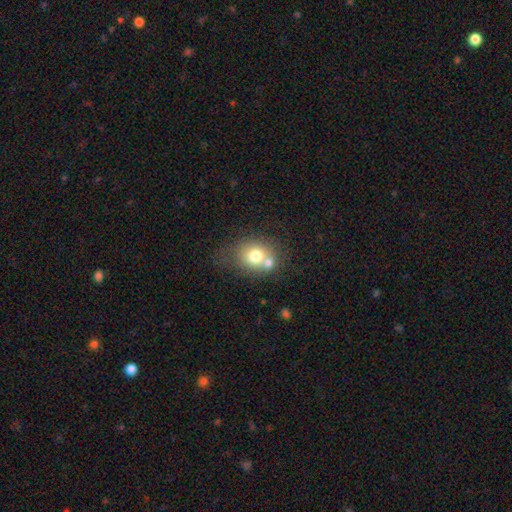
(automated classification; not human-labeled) smooth-or-featured: smooth: 72% | featured or disk: 18% | star or artifact: 10%
  how-rounded: round: 61% | in between: 38% | cigar-shaped: 1%
  merging: none: 42% | merger: 38% | minor disturbance: 14% | major disturbance: 6%